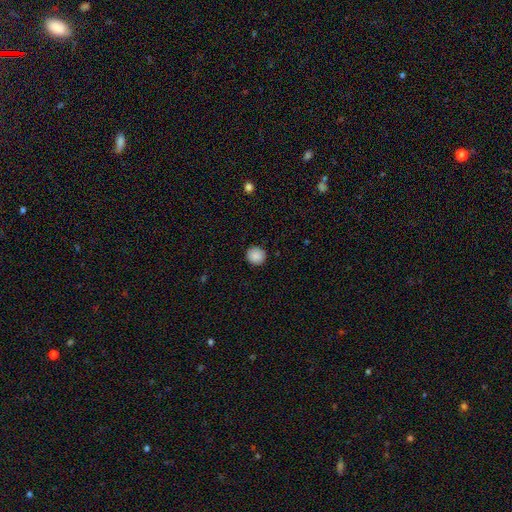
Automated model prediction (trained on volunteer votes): smooth_or_featured: smooth (p=0.89) [alt: star or artifact p=0.08]
how_rounded: round (p=0.91) [alt: in between p=0.08]
merging: none (p=0.91) [alt: minor disturbance p=0.06]